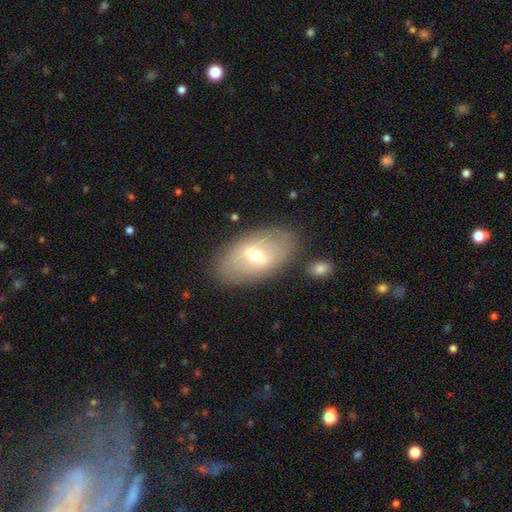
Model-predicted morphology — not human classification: type=featured or disk (47%); merging=none (81%).